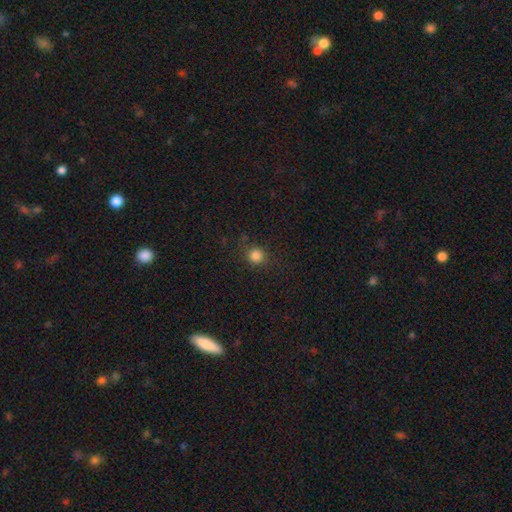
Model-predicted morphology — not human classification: type=smooth (83%); roundness=round (90%); merging=none (85%).